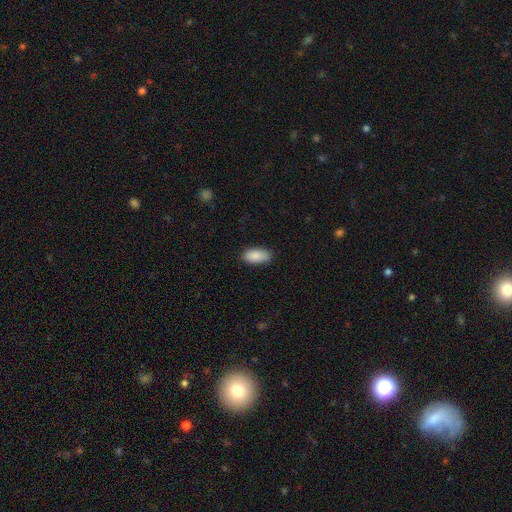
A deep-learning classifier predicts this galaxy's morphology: The model was most divided on "merging": none: 86%, minor disturbance: 11%, major disturbance: 2%, merger: 1%. More confident: how rounded — in between (91%); smooth or featured — smooth (89%).